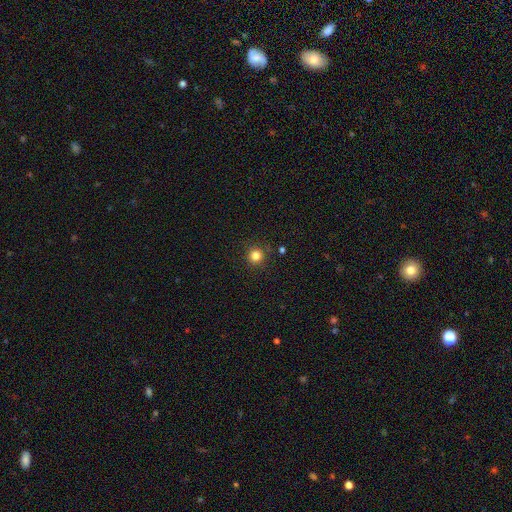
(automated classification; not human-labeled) Smooth or featured: smooth — 82% (star or artifact — 14%)
How rounded: round — 95% (in between — 4%)
Merging: none — 89% (minor disturbance — 7%)